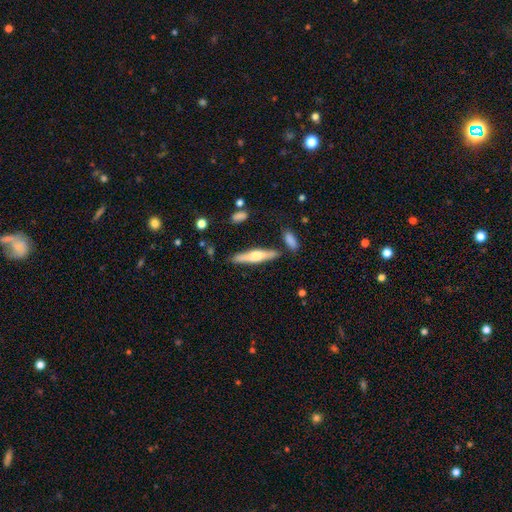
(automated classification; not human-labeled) A featured or disk galaxy (54%) viewed edge-on (95%) with a rounded central bulge (88%).

Vote fractions:
- Smooth or featured? featured or disk: 54% / smooth: 41% / star or artifact: 6%
- Edge-on disk? yes: 95% / no: 5%
- Edge-on bulge? rounded: 88% / boxy: 7% / none: 5%
- Merging? none: 83% / minor disturbance: 10% / merger: 5% / major disturbance: 2%